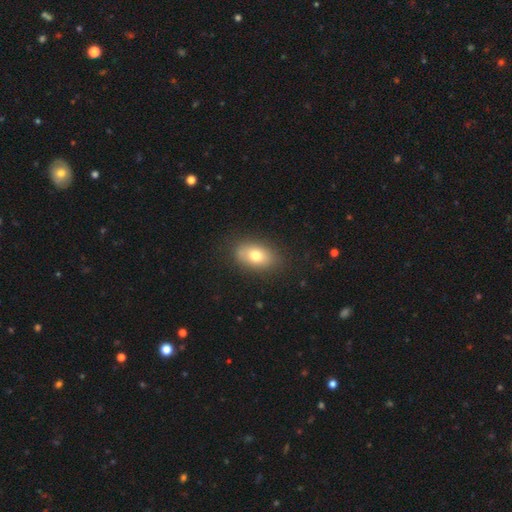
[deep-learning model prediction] smooth 74%, featured or disk 17%, star or artifact 9%. Down the decision tree: how rounded — in between (87%); merging — none (84%).